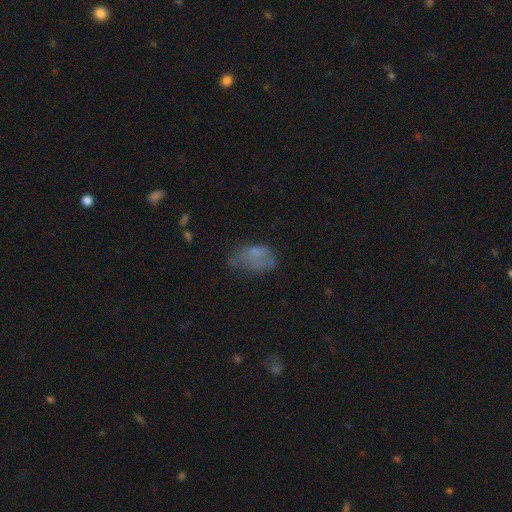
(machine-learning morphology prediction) A smooth galaxy with no disk features (54%) that is in between round and cigar-shaped (87%).

Vote fractions:
- Smooth or featured? smooth: 54% / featured or disk: 30% / star or artifact: 16%
- How rounded? in between: 87% / round: 10% / cigar-shaped: 2%
- Merging? none: 38% / major disturbance: 28% / minor disturbance: 27% / merger: 7%